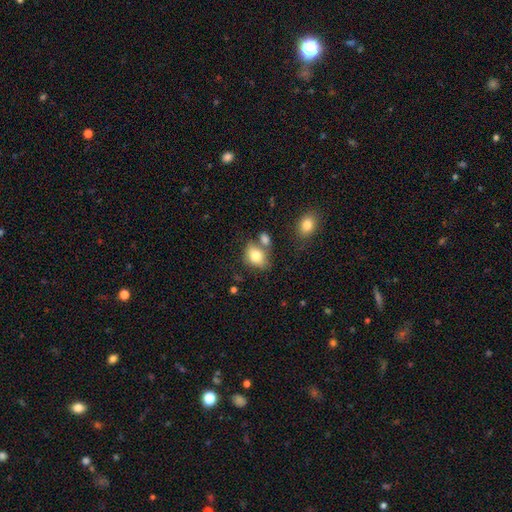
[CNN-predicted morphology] smooth-or-featured: smooth: 78% | featured or disk: 14% | star or artifact: 9%
  how-rounded: in between: 72% | round: 26% | cigar-shaped: 2%
  merging: none: 50% | merger: 25% | minor disturbance: 18% | major disturbance: 7%